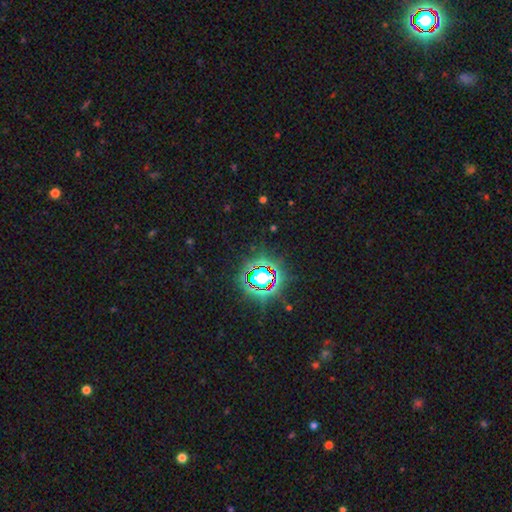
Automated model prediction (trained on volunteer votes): This appears to be a star or artifact, not a galaxy (82%).